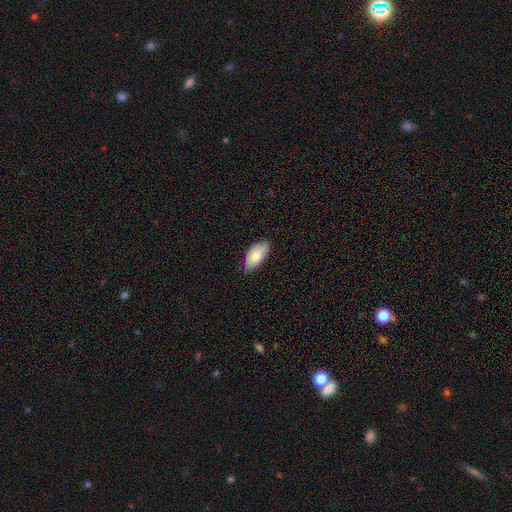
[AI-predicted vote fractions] This is clearly a smooth galaxy (82%). How rounded: clearly in between (92%). Merging: likely none (76%).